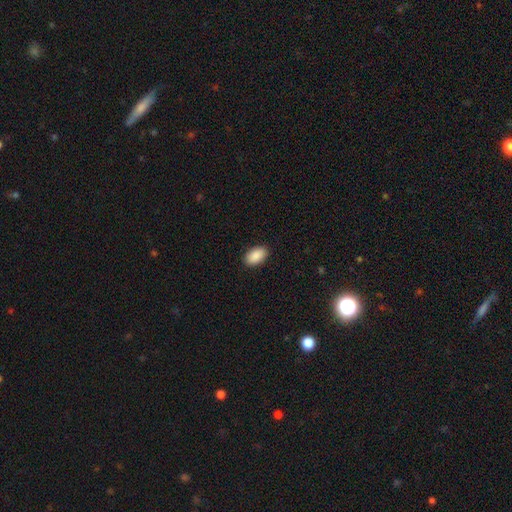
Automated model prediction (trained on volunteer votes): Smooth or featured? smooth (91%)
How rounded? in between (95%)
Merging? none (90%)